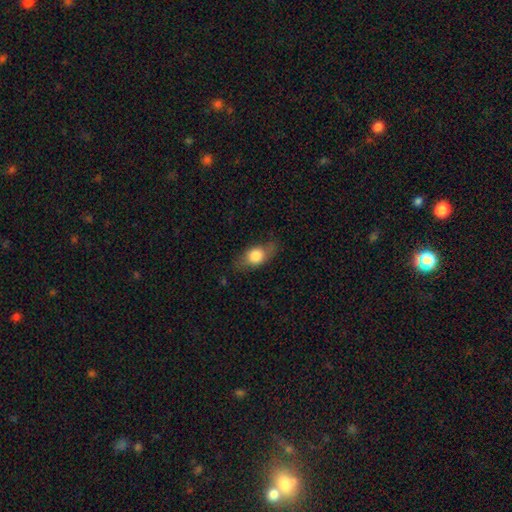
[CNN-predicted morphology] Smooth or featured? Predicted: smooth (p=0.71). How rounded? Predicted: in between (p=0.76). Merging? Predicted: none (p=0.73).